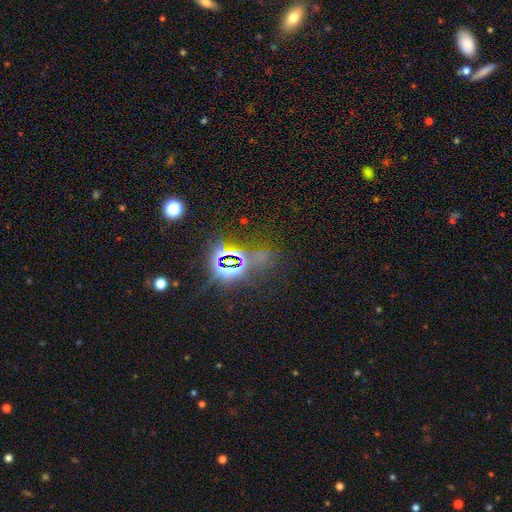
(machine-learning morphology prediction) smooth-or-featured: star or artifact: 77% | smooth: 14% | featured or disk: 10%